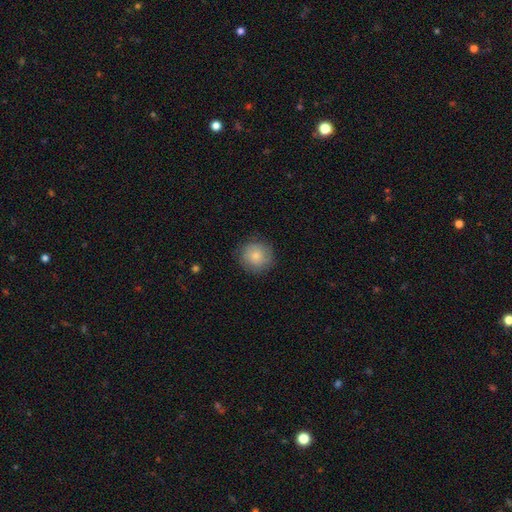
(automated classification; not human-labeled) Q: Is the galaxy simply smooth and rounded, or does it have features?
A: smooth — 78%.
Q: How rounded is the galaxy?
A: round — 94%.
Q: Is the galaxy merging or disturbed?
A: none — 85%.